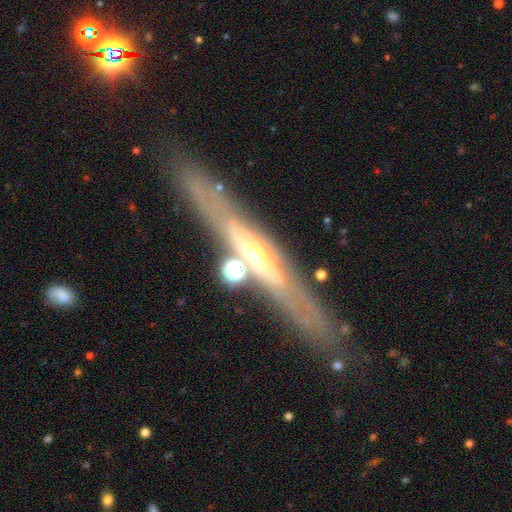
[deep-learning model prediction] Smooth or featured? Predicted: featured or disk (p=0.73). Edge-on disk? Predicted: yes (p=0.80). Edge-on bulge? Predicted: rounded (p=0.81). Merging? Predicted: none (p=0.78).